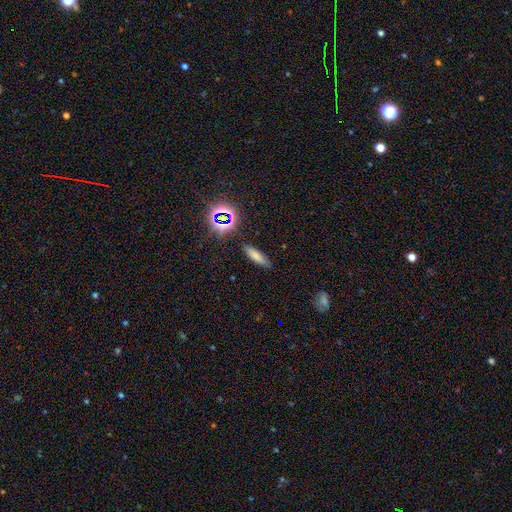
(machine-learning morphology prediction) smooth-or-featured: smooth: 72% | star or artifact: 17% | featured or disk: 11%
  how-rounded: cigar-shaped: 58% | in between: 38% | round: 4%
  merging: none: 84% | minor disturbance: 11% | major disturbance: 3% | merger: 2%